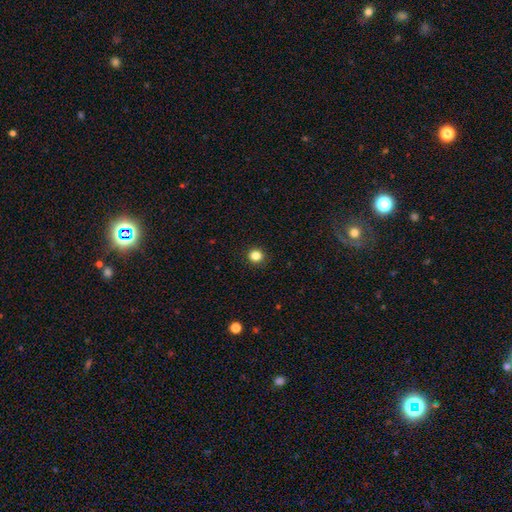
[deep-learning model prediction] smooth-or-featured: smooth: 84% | star or artifact: 12% | featured or disk: 4%
  how-rounded: round: 91% | in between: 8% | cigar-shaped: 1%
  merging: none: 93% | minor disturbance: 5% | major disturbance: 2% | merger: 1%